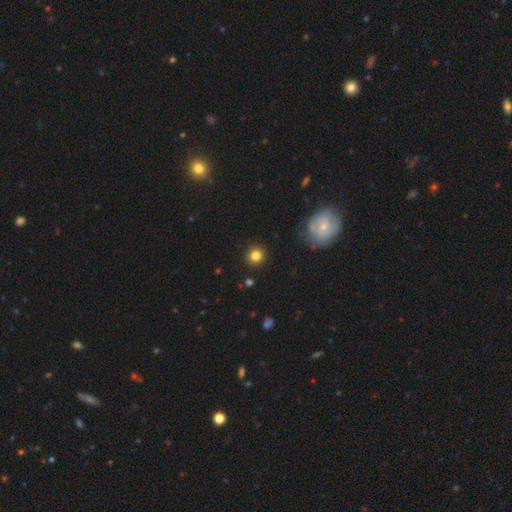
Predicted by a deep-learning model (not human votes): Overall: smooth (83%). How rounded: round (93%). Merging: none (91%).